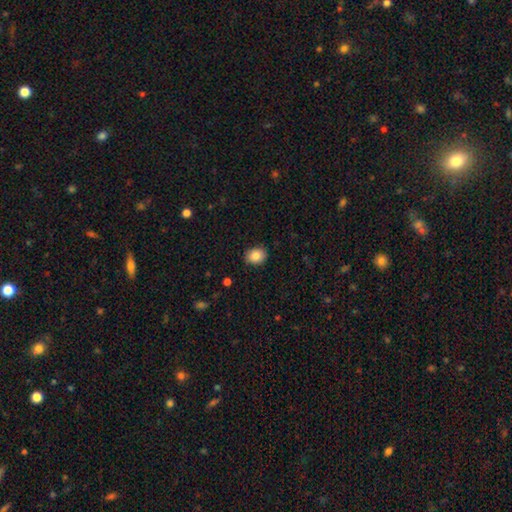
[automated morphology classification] The model was most divided on "how rounded": in between: 55%, round: 45%, cigar-shaped: 1%. More confident: merging — none (88%); smooth or featured — smooth (85%).